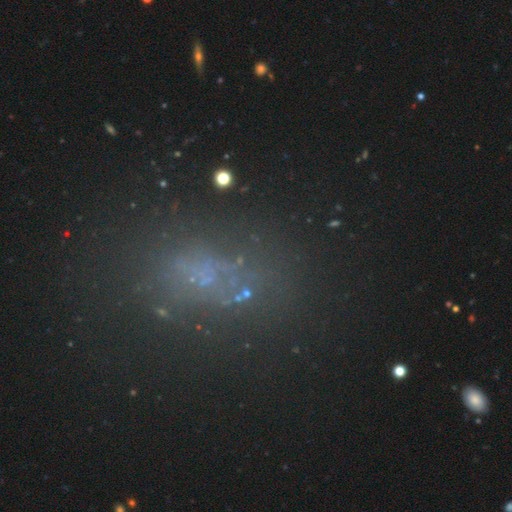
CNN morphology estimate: Q: Smooth or featured?
A: smooth (37%); runner-up: star or artifact (35%)
Q: Merging?
A: none (59%); runner-up: minor disturbance (19%)